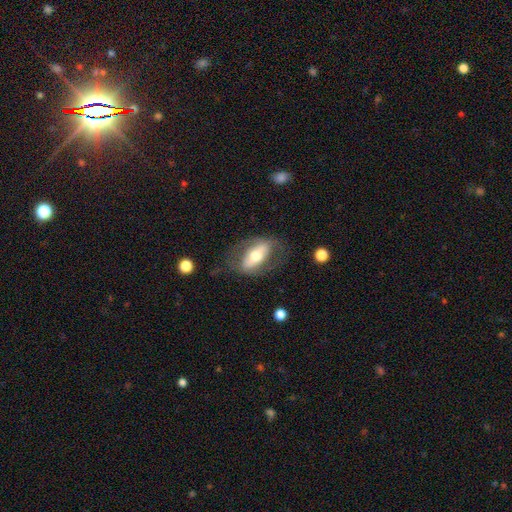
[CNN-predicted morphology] A featured or disk galaxy (52%). Merging: none (67%).